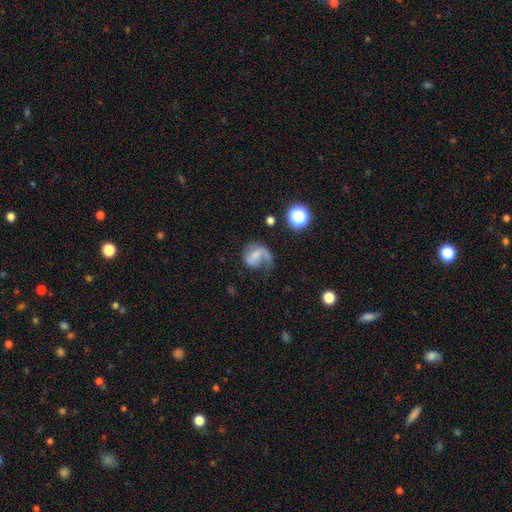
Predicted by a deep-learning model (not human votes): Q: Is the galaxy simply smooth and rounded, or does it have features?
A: featured or disk — 56%.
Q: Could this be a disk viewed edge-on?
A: no — 97%.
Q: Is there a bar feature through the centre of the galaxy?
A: no — 43%.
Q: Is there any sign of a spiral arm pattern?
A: yes — 82%.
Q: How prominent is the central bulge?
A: small — 39%.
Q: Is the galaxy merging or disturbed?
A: major disturbance — 37%.